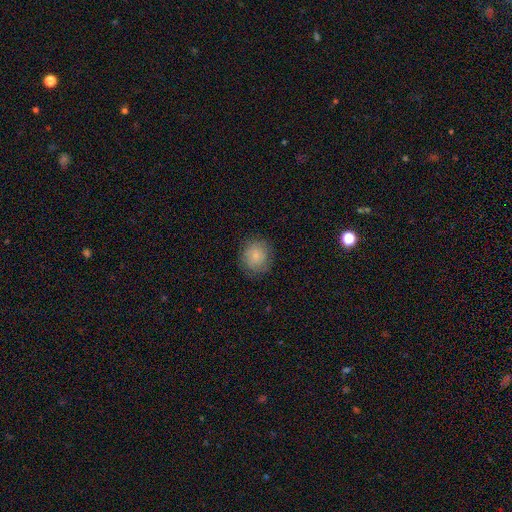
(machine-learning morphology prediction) This is clearly a smooth galaxy (82%). How rounded: clearly round (85%). Merging: clearly none (81%).